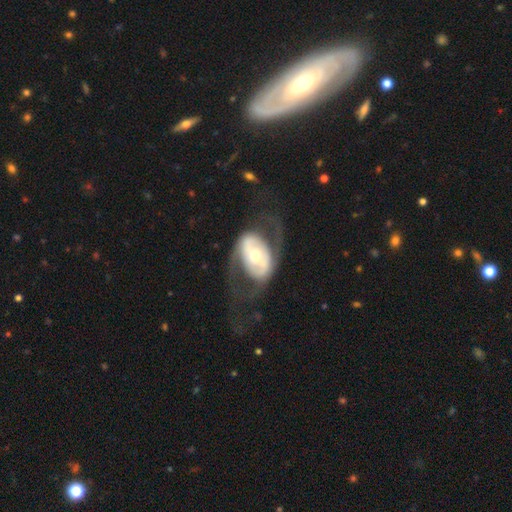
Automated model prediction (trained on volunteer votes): The model was most divided on "bar": no: 41%, strong: 31%, weak: 28%. More confident: edge-on disk — no (93%); smooth or featured — featured or disk (75%); bulge size — moderate (64%); spiral arms — yes (59%); merging — none (57%).